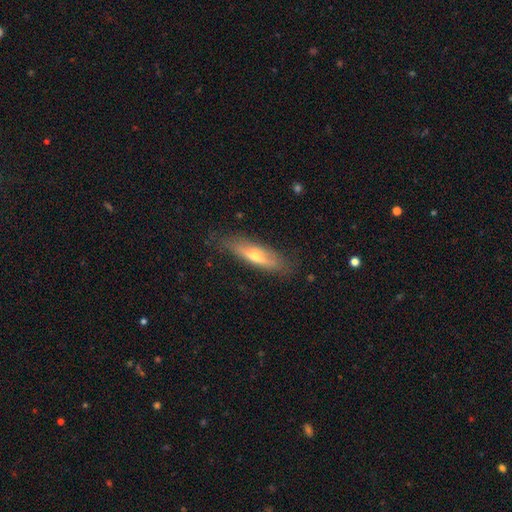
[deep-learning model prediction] This is possibly a featured or disk galaxy (49%). Merging: likely none (77%).